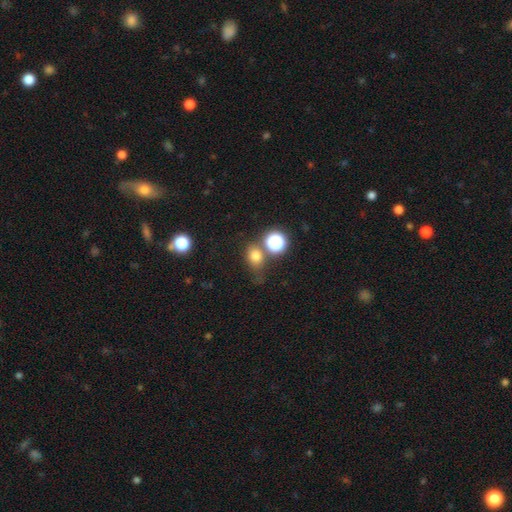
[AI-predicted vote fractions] Q: Smooth or featured?
A: smooth (74%); runner-up: star or artifact (17%)
Q: How rounded?
A: round (57%); runner-up: in between (41%)
Q: Merging?
A: none (59%); runner-up: merger (18%)